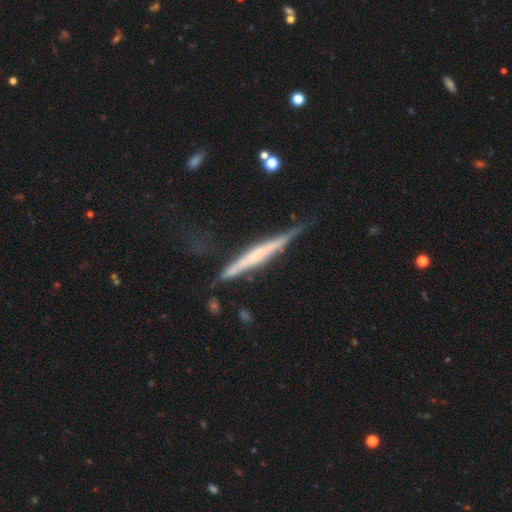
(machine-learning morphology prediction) This is likely a featured or disk galaxy (65%). It is clearly viewed edge-on (96%). Edge-on bulge: possibly none (46%). Merging: likely none (65%).